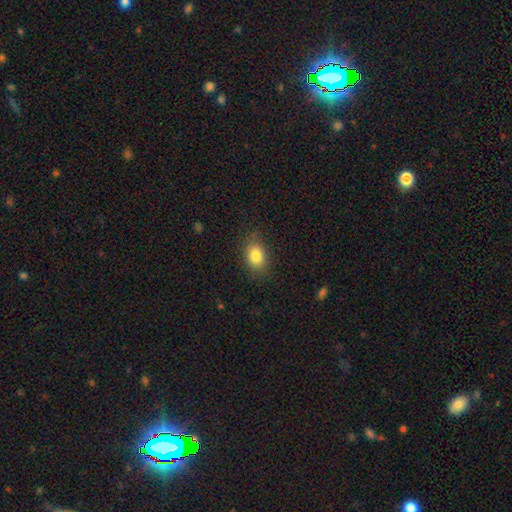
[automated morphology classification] smooth 84%, star or artifact 9%, featured or disk 7%. Down the decision tree: how rounded — in between (75%); merging — none (83%).